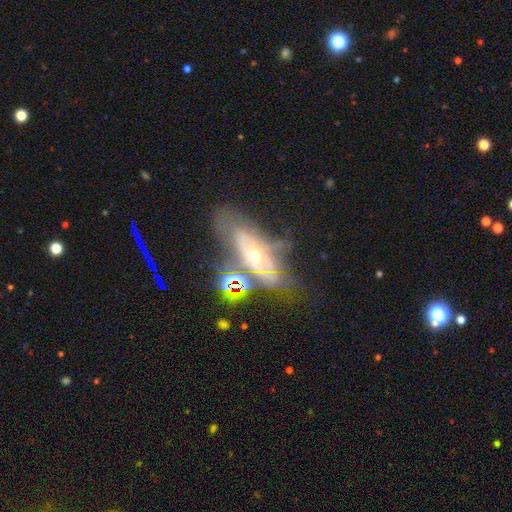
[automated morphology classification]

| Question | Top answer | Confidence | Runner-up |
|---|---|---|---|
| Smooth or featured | featured or disk | 66% | smooth (18%) |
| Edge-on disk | no | 77% | yes (23%) |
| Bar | no | 78% | weak (14%) |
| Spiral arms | yes | 51% | no (49%) |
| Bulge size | small | 49% | moderate (46%) |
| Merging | none | 39% | major disturbance (26%) |